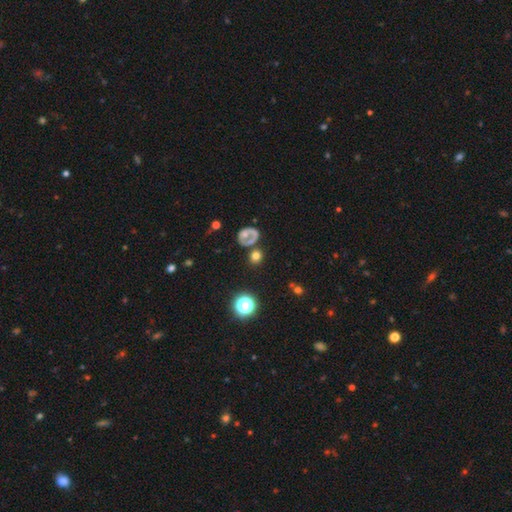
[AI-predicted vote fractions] Morphology: type=smooth (62%); roundness=round (80%); merging=none (66%).